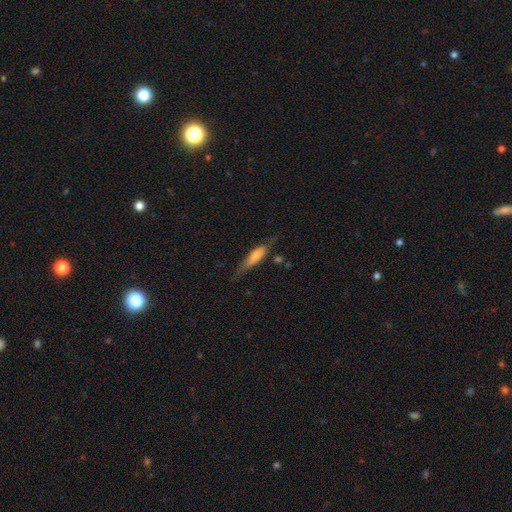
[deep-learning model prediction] smooth 60%, featured or disk 33%, star or artifact 7%. Down the decision tree: how rounded — cigar-shaped (66%); merging — none (63%).